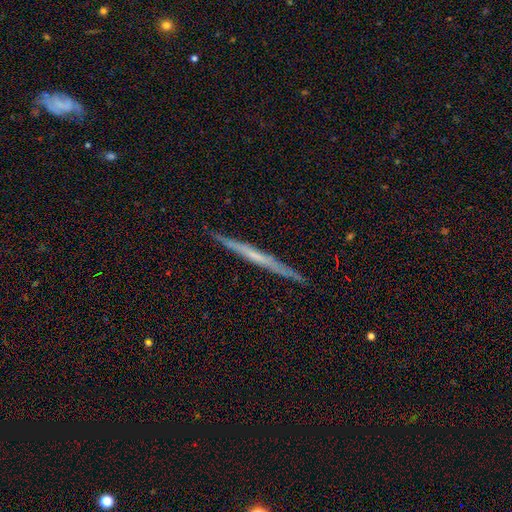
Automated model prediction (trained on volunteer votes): Q: Smooth or featured?
A: featured or disk (64%); runner-up: smooth (30%)
Q: Edge-on disk?
A: yes (98%); runner-up: no (2%)
Q: Edge-on bulge?
A: none (75%); runner-up: rounded (19%)
Q: Merging?
A: none (91%); runner-up: minor disturbance (6%)